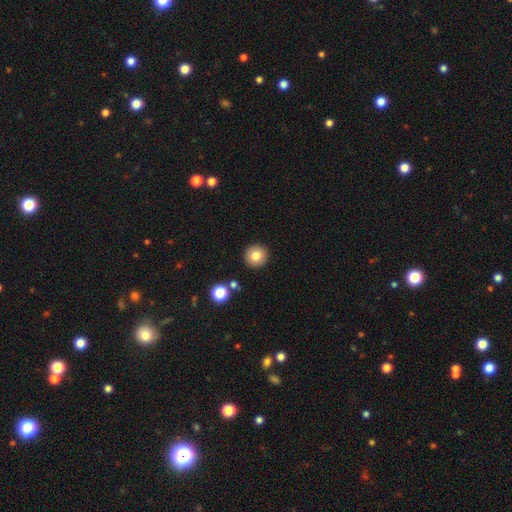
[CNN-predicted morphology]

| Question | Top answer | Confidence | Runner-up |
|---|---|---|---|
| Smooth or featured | smooth | 81% | star or artifact (10%) |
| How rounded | round | 94% | in between (5%) |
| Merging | none | 90% | minor disturbance (5%) |